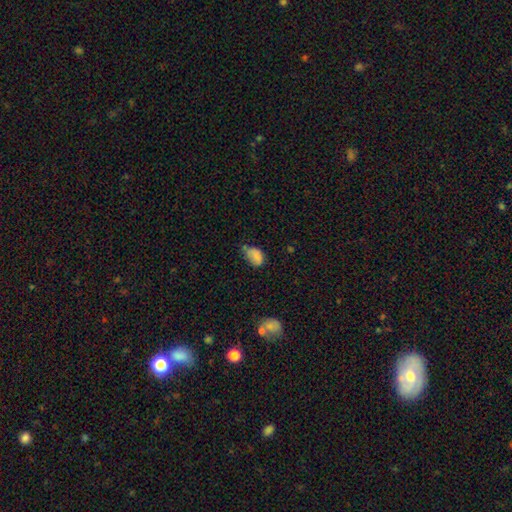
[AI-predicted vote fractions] Q: Smooth or featured?
A: smooth (78%); runner-up: featured or disk (12%)
Q: How rounded?
A: in between (83%); runner-up: round (16%)
Q: Merging?
A: minor disturbance (43%); runner-up: none (39%)